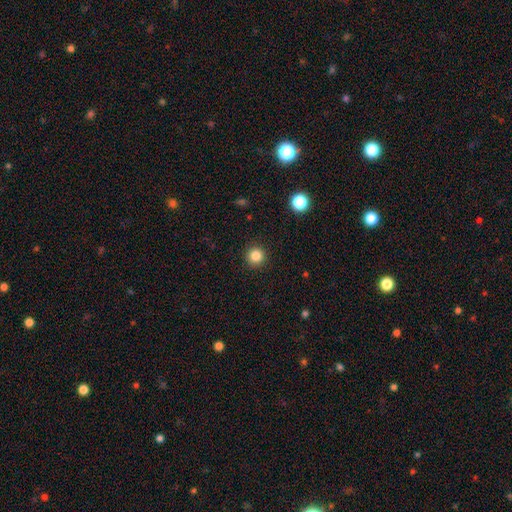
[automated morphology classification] Smooth or featured: smooth — 84% (star or artifact — 12%)
How rounded: round — 95% (in between — 4%)
Merging: none — 92% (minor disturbance — 5%)